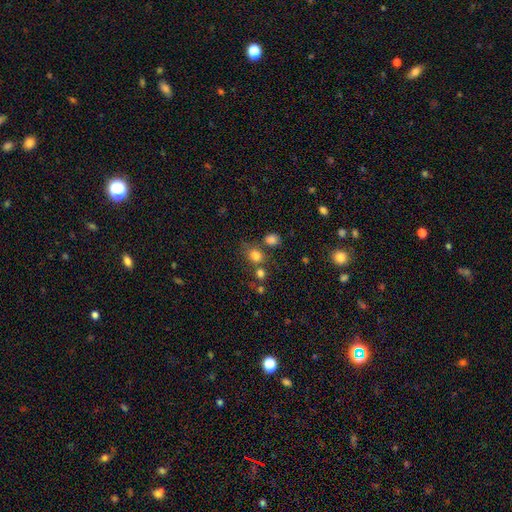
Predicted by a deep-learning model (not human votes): smooth 79%, star or artifact 14%, featured or disk 8%. Down the decision tree: how rounded — round (64%); merging — none (61%).